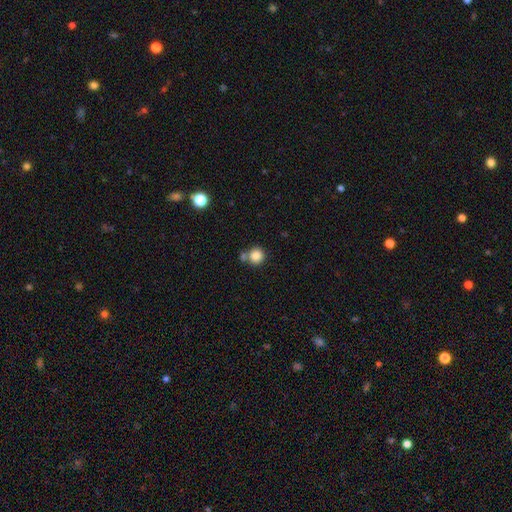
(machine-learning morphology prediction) A smooth galaxy with no disk features (84%) that is round (93%).

Vote fractions:
- Smooth or featured? smooth: 84% / star or artifact: 10% / featured or disk: 6%
- How rounded? round: 93% / in between: 6% / cigar-shaped: 1%
- Merging? none: 67% / merger: 21% / minor disturbance: 9% / major disturbance: 3%